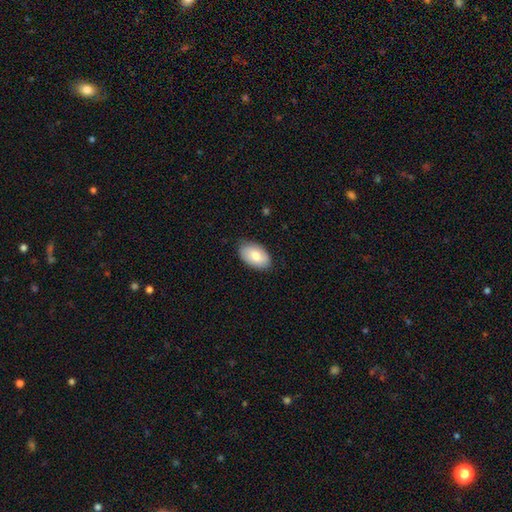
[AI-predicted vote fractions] Q: Smooth or featured?
A: smooth (79%); runner-up: featured or disk (16%)
Q: How rounded?
A: in between (94%); runner-up: round (5%)
Q: Merging?
A: none (83%); runner-up: minor disturbance (13%)